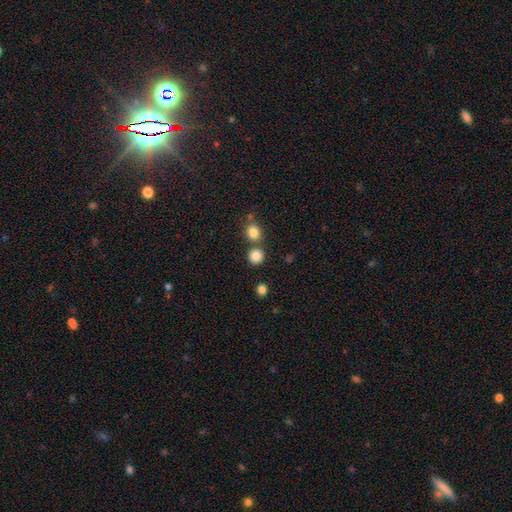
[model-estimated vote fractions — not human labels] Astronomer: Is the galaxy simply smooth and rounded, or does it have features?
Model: smooth — 85%.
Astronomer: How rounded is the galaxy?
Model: round — 88%.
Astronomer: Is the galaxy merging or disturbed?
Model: none — 72%.